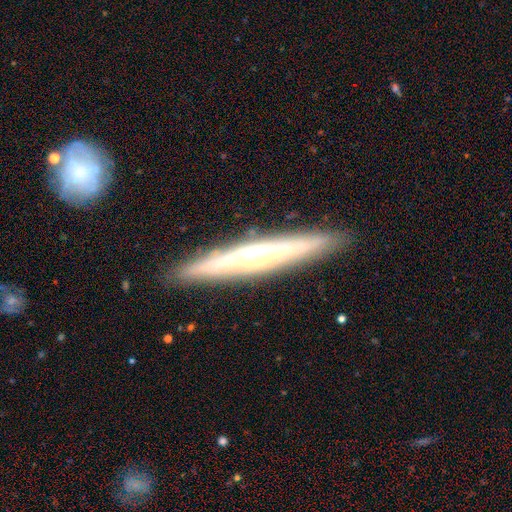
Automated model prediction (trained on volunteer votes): Q: Smooth or featured?
A: featured or disk (70%); runner-up: smooth (23%)
Q: Edge-on disk?
A: yes (93%); runner-up: no (7%)
Q: Edge-on bulge?
A: rounded (62%); runner-up: none (26%)
Q: Merging?
A: none (90%); runner-up: minor disturbance (7%)